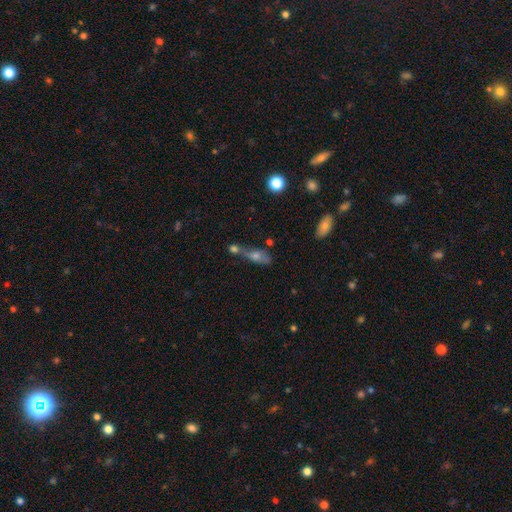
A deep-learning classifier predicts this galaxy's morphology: Smooth or featured: smooth — 53% (featured or disk — 33%)
How rounded: in between — 52% (cigar-shaped — 40%)
Merging: merger — 43% (none — 33%)